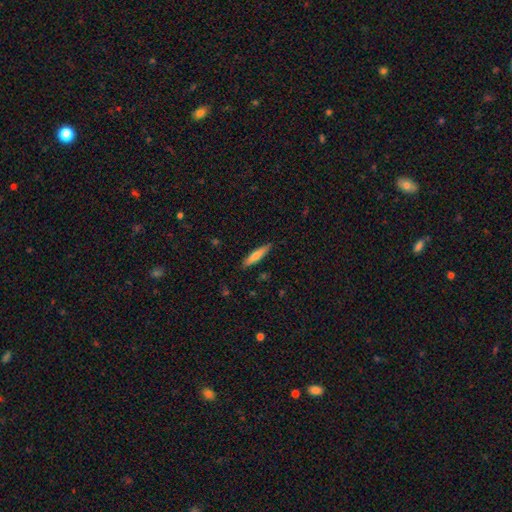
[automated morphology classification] Smooth or featured?
  - smooth: 67% *
  - featured or disk: 27%
  - star or artifact: 6%
How rounded?
  - cigar-shaped: 85% *
  - in between: 13%
  - round: 1%
Merging?
  - none: 86% *
  - minor disturbance: 11%
  - major disturbance: 2%
  - merger: 1%